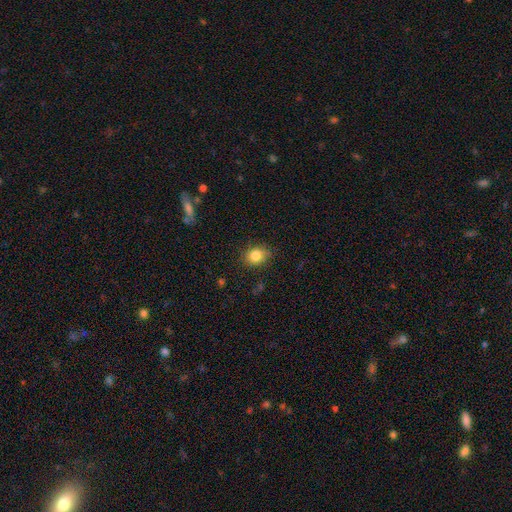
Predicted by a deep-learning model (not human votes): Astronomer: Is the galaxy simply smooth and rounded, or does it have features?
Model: smooth — 84%.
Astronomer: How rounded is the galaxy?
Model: round — 52% (runner-up: in between, 47%).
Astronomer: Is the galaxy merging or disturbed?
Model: none — 81%.